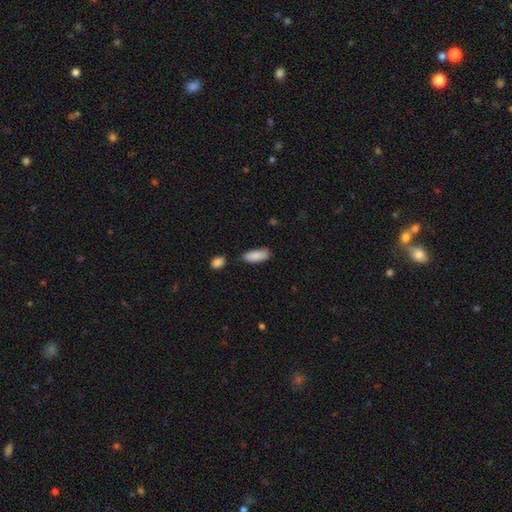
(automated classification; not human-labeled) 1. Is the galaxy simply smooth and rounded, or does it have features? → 89% smooth, 6% star or artifact, 5% featured or disk.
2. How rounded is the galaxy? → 79% in between, 19% cigar-shaped, 2% round.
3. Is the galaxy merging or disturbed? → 72% none, 19% minor disturbance, 5% merger, 4% major disturbance.